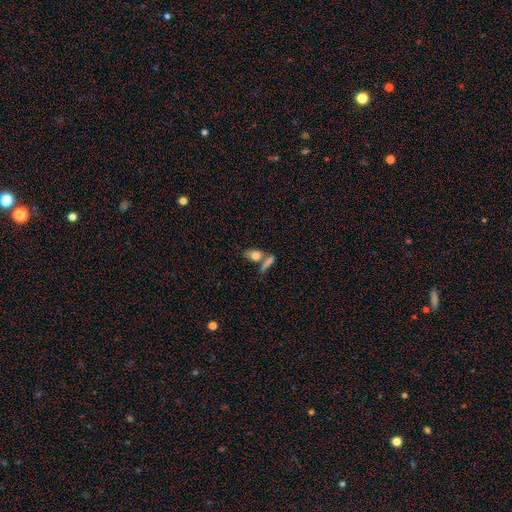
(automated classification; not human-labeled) Q: Smooth or featured?
A: smooth (74%); runner-up: featured or disk (17%)
Q: How rounded?
A: in between (72%); runner-up: cigar-shaped (17%)
Q: Merging?
A: none (44%); runner-up: merger (37%)